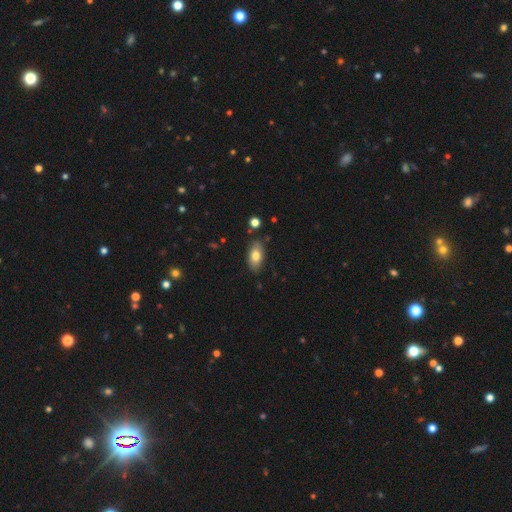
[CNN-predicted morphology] Smooth or featured: smooth — 78% (featured or disk — 14%)
How rounded: in between — 90% (cigar-shaped — 5%)
Merging: none — 82% (minor disturbance — 12%)